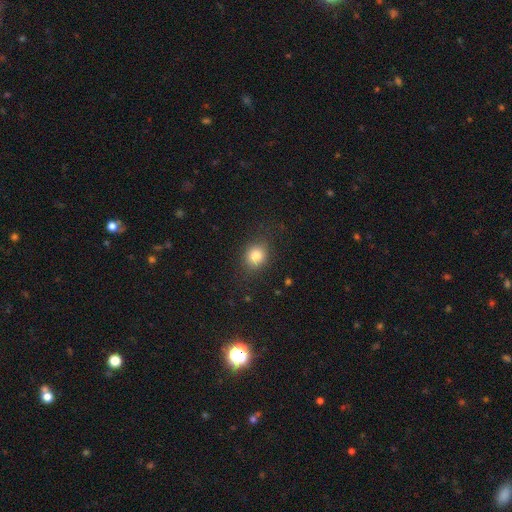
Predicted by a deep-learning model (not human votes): smooth 82%, star or artifact 11%, featured or disk 7%. Down the decision tree: how rounded — round (70%); merging — none (82%).